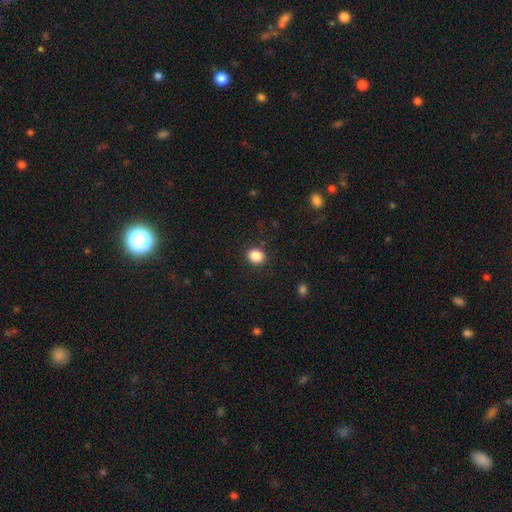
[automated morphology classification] smooth_or_featured: smooth (p=0.86) [alt: star or artifact p=0.10]
how_rounded: round (p=0.70) [alt: in between p=0.29]
merging: none (p=0.88) [alt: minor disturbance p=0.08]